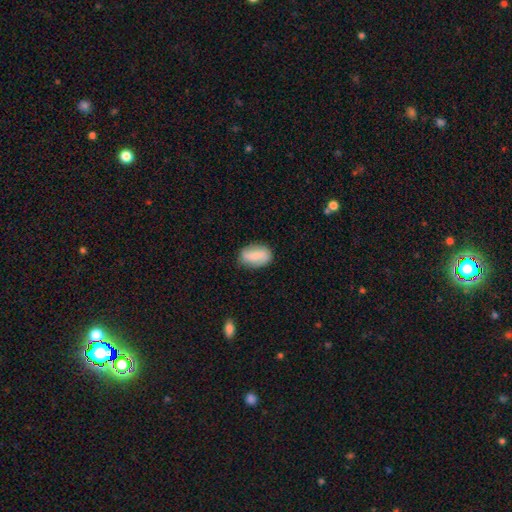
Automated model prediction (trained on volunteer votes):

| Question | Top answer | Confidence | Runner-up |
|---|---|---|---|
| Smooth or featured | smooth | 75% | featured or disk (18%) |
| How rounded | in between | 88% | round (10%) |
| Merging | none | 79% | minor disturbance (16%) |